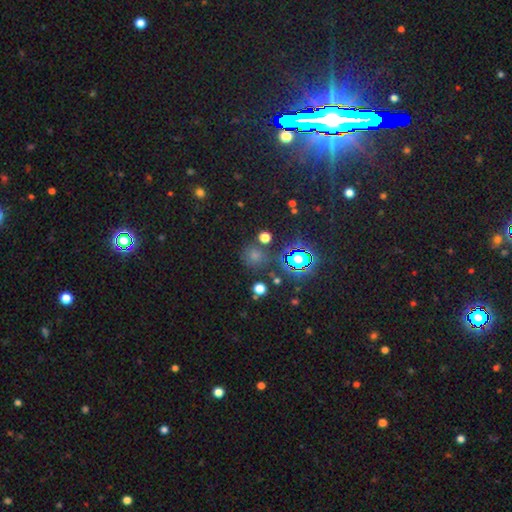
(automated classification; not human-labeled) The model was most divided on "smooth or featured": smooth: 58%, star or artifact: 34%, featured or disk: 8%. More confident: how rounded — round (87%); merging — none (75%).